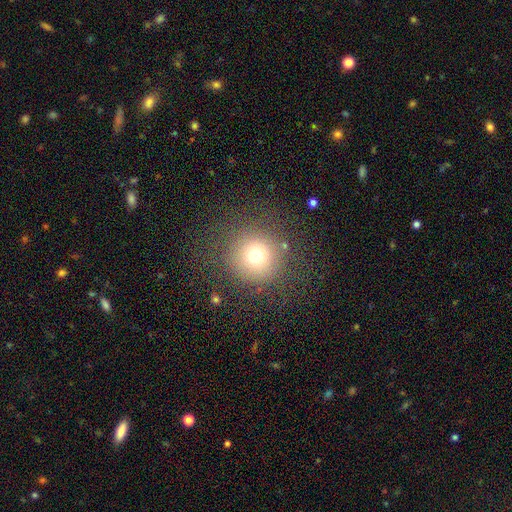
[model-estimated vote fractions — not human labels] The model was most divided on "smooth or featured": smooth: 71%, star or artifact: 17%, featured or disk: 12%. More confident: how rounded — round (95%); merging — none (81%).